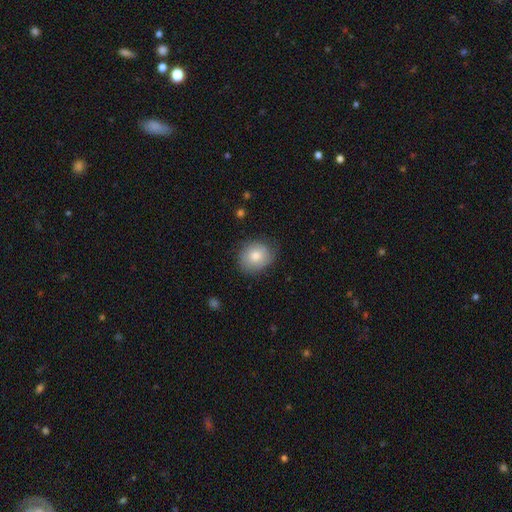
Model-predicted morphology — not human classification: Smooth or featured? Predicted: smooth (p=0.78). How rounded? Predicted: round (p=0.66). Merging? Predicted: none (p=0.73).